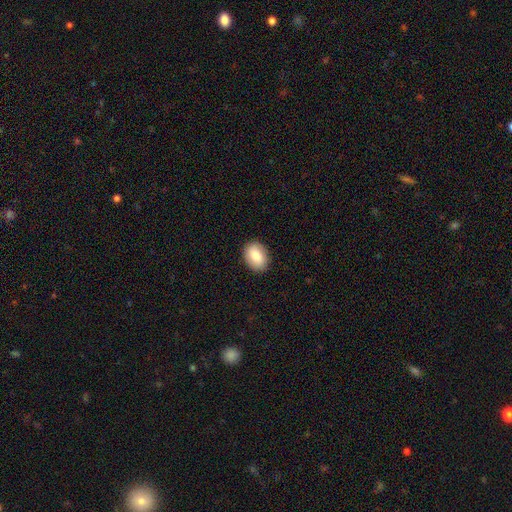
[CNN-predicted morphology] A smooth galaxy with no disk features (83%) that is in between round and cigar-shaped (73%).

Vote fractions:
- Smooth or featured? smooth: 83% / featured or disk: 10% / star or artifact: 7%
- How rounded? in between: 73% / round: 26% / cigar-shaped: 1%
- Merging? none: 89% / minor disturbance: 8% / major disturbance: 2% / merger: 1%